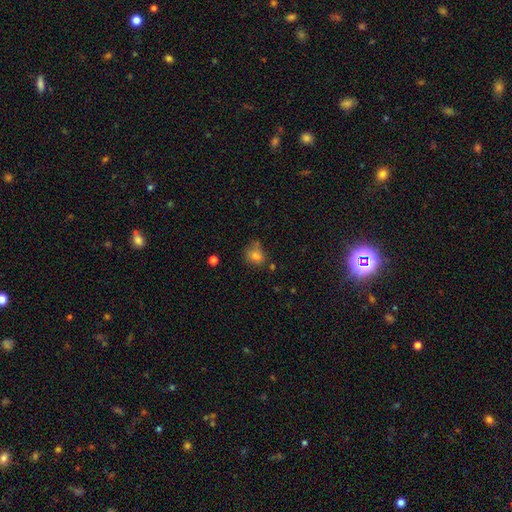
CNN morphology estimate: smooth-or-featured: smooth: 76% | star or artifact: 14% | featured or disk: 11%
  how-rounded: round: 58% | in between: 41% | cigar-shaped: 1%
  merging: none: 51% | minor disturbance: 26% | major disturbance: 12% | merger: 11%